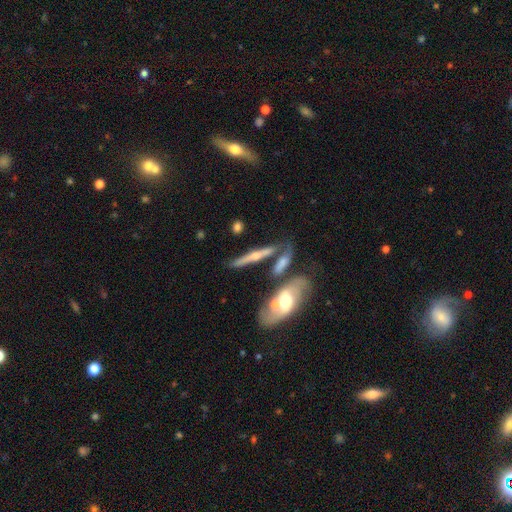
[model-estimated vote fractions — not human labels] featured or disk 65%, smooth 27%, star or artifact 8%. Down the decision tree: edge-on disk — yes (89%); edge-on bulge — rounded (85%); merging — none (61%).